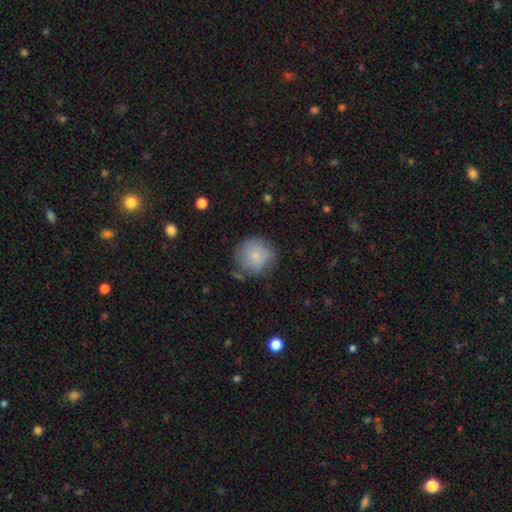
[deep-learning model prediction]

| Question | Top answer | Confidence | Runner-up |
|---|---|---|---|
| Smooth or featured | smooth | 74% | featured or disk (18%) |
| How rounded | round | 92% | in between (7%) |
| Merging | none | 67% | minor disturbance (22%) |